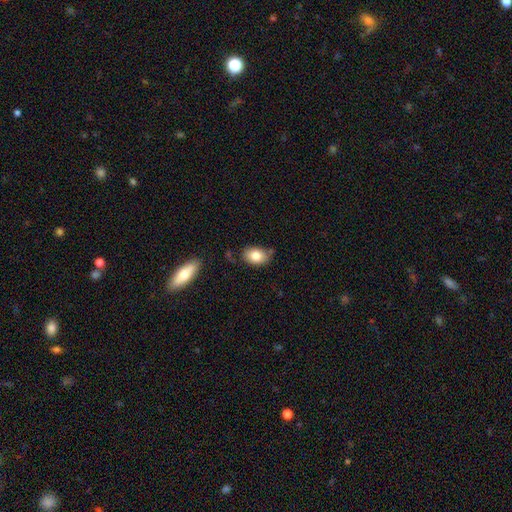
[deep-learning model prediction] Smooth or featured?
  - smooth: 81% *
  - featured or disk: 11%
  - star or artifact: 8%
How rounded?
  - in between: 81% *
  - round: 17%
  - cigar-shaped: 1%
Merging?
  - none: 72% *
  - minor disturbance: 18%
  - merger: 6%
  - major disturbance: 4%